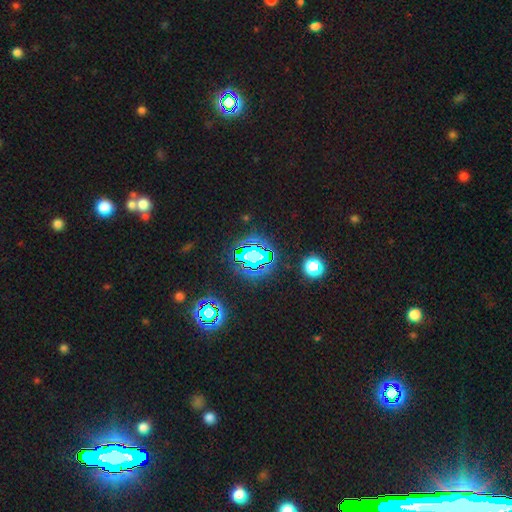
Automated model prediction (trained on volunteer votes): smooth_or_featured: star or artifact (p=0.80) [alt: smooth p=0.13]